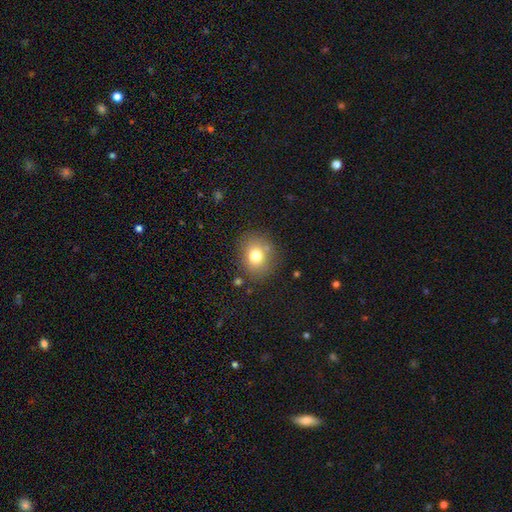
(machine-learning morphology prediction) Q: Smooth or featured?
A: smooth (76%); runner-up: featured or disk (12%)
Q: How rounded?
A: round (67%); runner-up: in between (33%)
Q: Merging?
A: none (79%); runner-up: minor disturbance (13%)